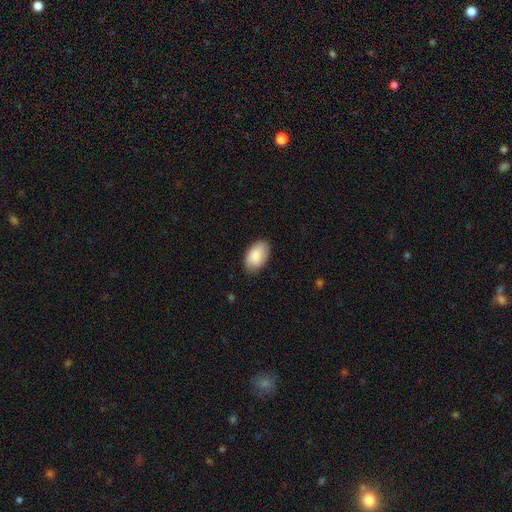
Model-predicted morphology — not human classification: Smooth or featured? Predicted: smooth (p=0.87). How rounded? Predicted: in between (p=0.94). Merging? Predicted: none (p=0.83).